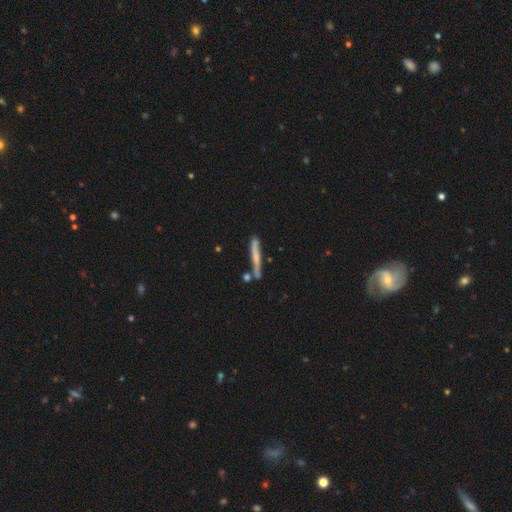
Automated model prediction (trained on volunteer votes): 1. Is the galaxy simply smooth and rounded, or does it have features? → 51% smooth, 42% featured or disk, 7% star or artifact.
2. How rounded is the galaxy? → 95% cigar-shaped, 3% in between, 2% round.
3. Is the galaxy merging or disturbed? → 73% none, 14% minor disturbance, 10% merger, 3% major disturbance.